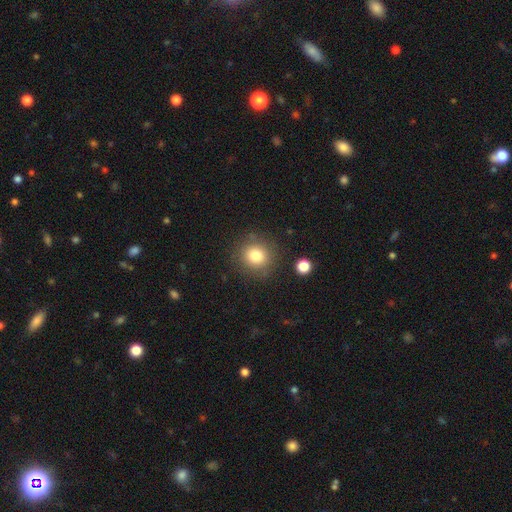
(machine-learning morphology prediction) Smooth or featured: smooth — 80% (star or artifact — 12%)
How rounded: round — 90% (in between — 9%)
Merging: none — 84% (minor disturbance — 9%)